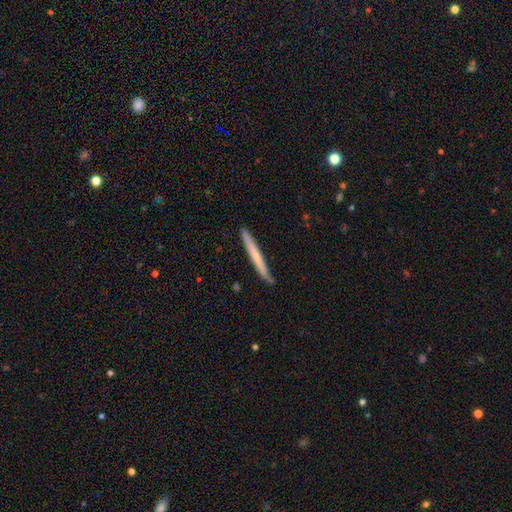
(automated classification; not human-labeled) smooth-or-featured: smooth: 55% | featured or disk: 40% | star or artifact: 5%
  how-rounded: cigar-shaped: 97% | in between: 2% | round: 1%
  merging: none: 89% | minor disturbance: 8% | major disturbance: 1% | merger: 1%